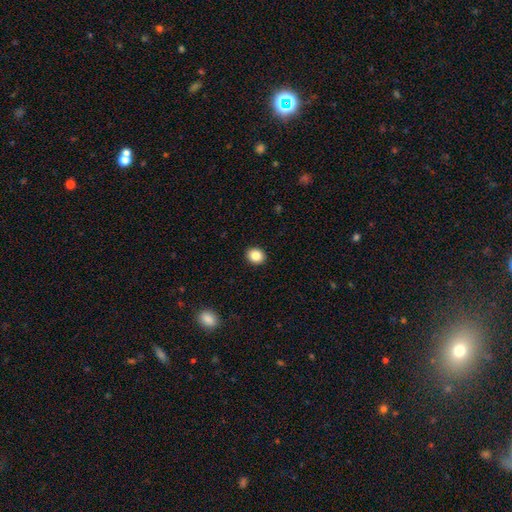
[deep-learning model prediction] Smooth or featured? smooth (85%)
How rounded? round (62%)
Merging? none (92%)